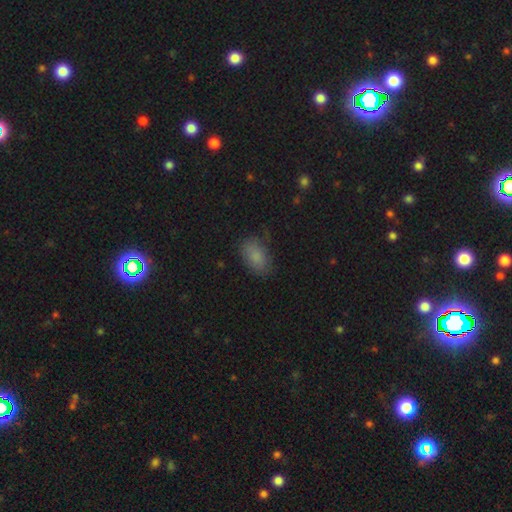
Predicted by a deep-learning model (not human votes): A smooth galaxy with no disk features (84%) that is in between round and cigar-shaped (91%). Merging: none (74%).